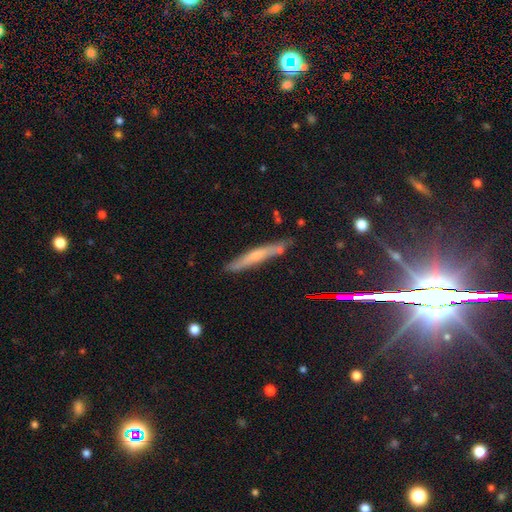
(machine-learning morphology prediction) Overall: smooth (48%; featured or disk 43%). Merging: none (77%).